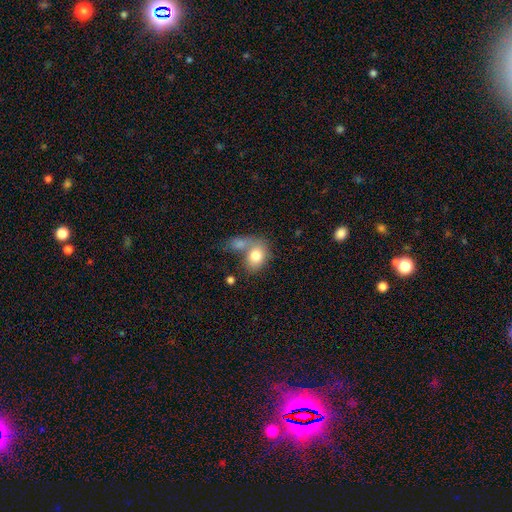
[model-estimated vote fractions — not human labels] Overall: smooth (77%). How rounded: in between (61%; round 38%). Merging: merger (54%; none 27%).